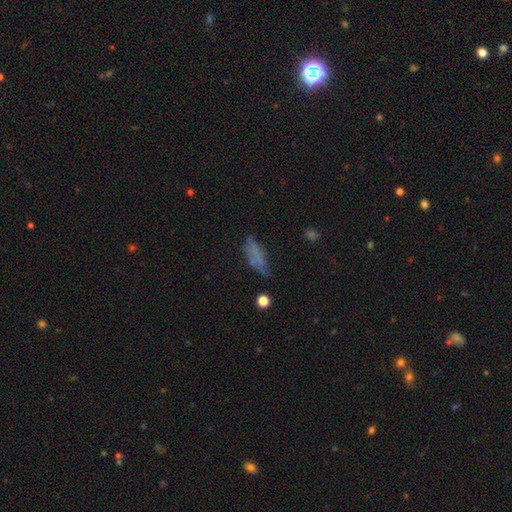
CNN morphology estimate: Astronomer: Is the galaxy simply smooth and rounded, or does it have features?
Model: smooth — 60%.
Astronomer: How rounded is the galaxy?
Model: in between — 62%.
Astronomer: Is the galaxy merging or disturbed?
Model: none — 48% (runner-up: minor disturbance, 29%).